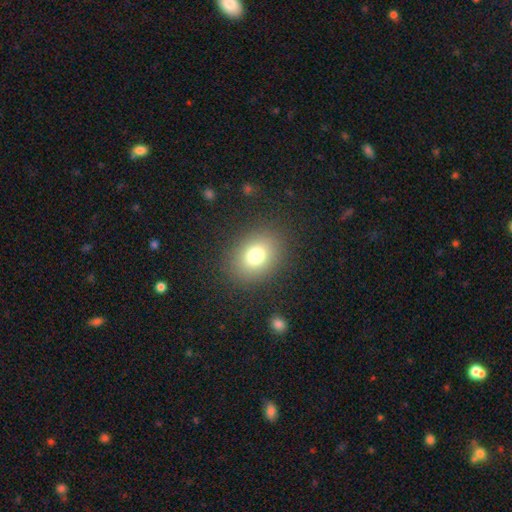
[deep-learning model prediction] A smooth galaxy with no disk features (75%) that is in between round and cigar-shaped (51%).

Vote fractions:
- Smooth or featured? smooth: 75% / star or artifact: 14% / featured or disk: 11%
- How rounded? in between: 51% / round: 48% / cigar-shaped: 1%
- Merging? none: 87% / minor disturbance: 8% / major disturbance: 4% / merger: 1%